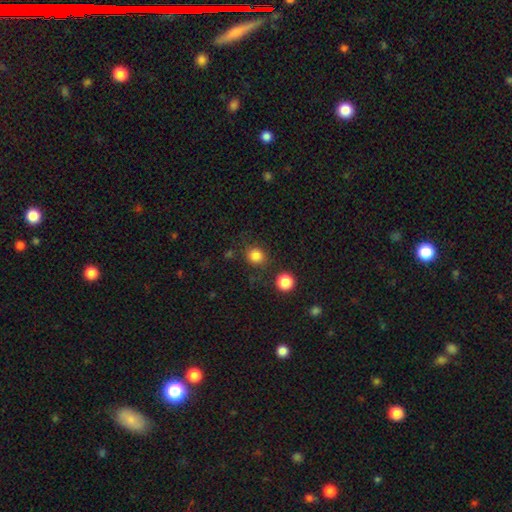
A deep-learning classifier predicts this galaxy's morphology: The model was most divided on "how rounded": round: 84%, in between: 15%, cigar-shaped: 1%. More confident: smooth or featured — smooth (83%); merging — none (81%).